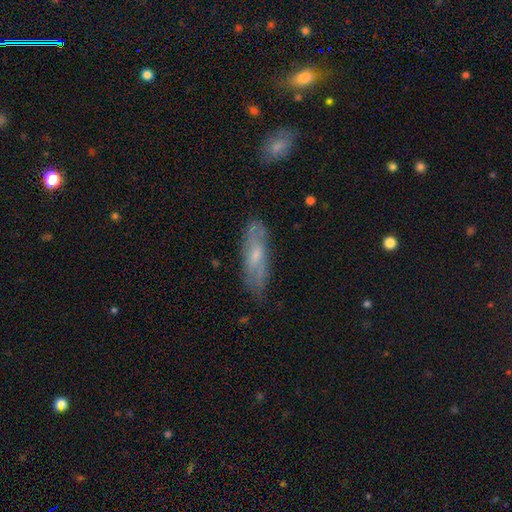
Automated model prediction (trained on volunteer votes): Smooth or featured? featured or disk (53%)
Edge-on disk? no (68%)
Merging? none (72%)